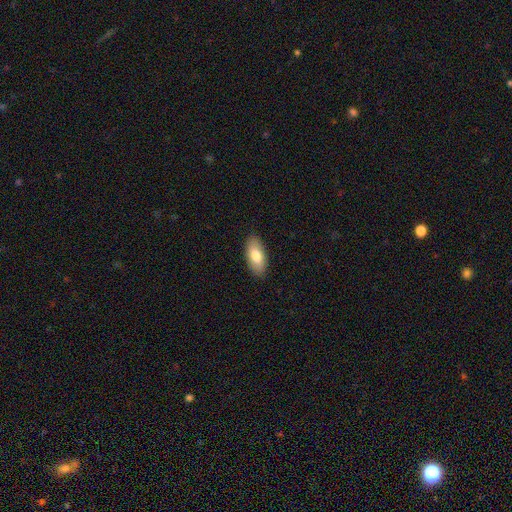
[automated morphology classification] A smooth galaxy with no disk features (78%) that is in between round and cigar-shaped (88%). Merging: none (88%).